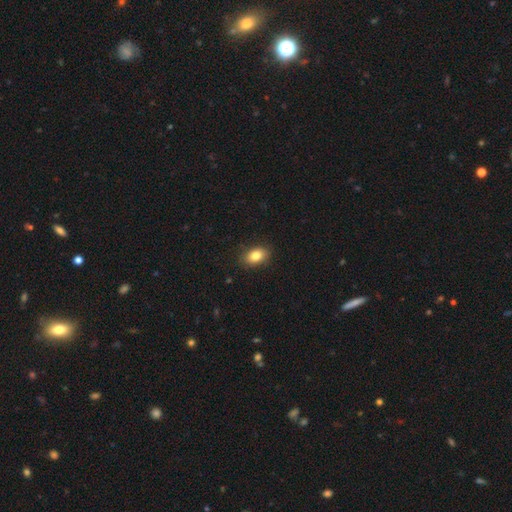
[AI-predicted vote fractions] Overall: smooth (84%). How rounded: in between (85%). Merging: none (87%).